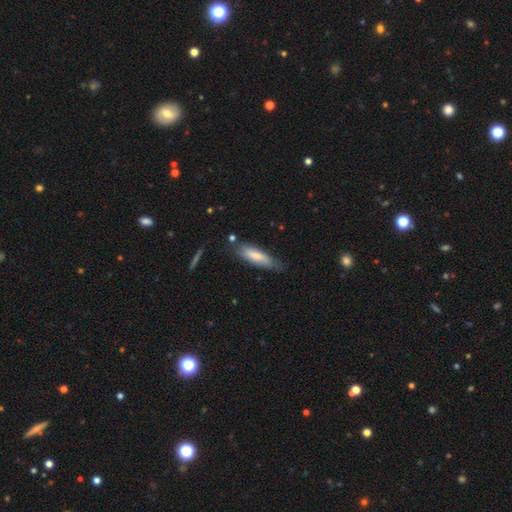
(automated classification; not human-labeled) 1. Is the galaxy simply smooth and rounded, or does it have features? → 73% smooth, 21% featured or disk, 6% star or artifact.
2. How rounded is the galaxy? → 55% cigar-shaped, 44% in between, 1% round.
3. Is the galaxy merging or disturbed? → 66% none, 25% minor disturbance, 6% major disturbance, 4% merger.